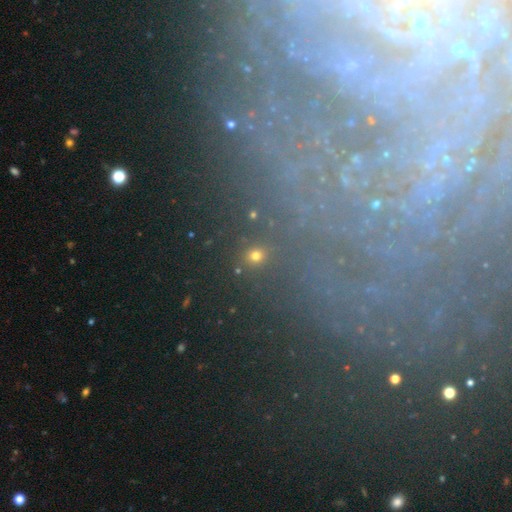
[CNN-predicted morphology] Smooth or featured: smooth — 60% (star or artifact — 32%)
How rounded: round — 85% (in between — 13%)
Merging: none — 84% (minor disturbance — 7%)